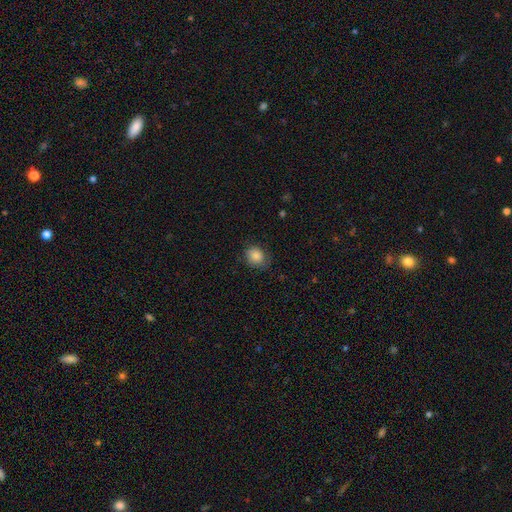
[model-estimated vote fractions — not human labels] This is clearly a smooth galaxy (86%). How rounded: likely round (61%). Merging: likely none (71%).